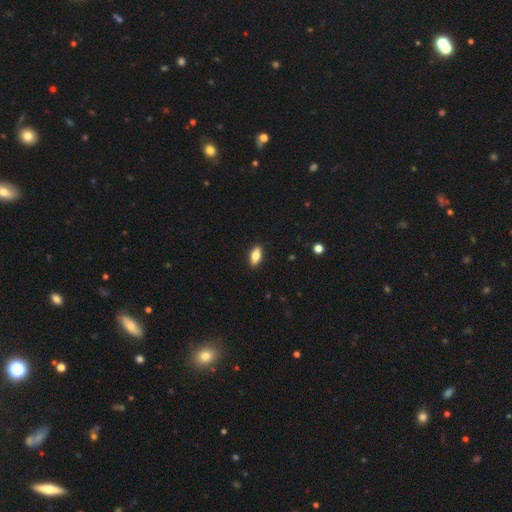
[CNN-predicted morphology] A smooth galaxy with no disk features (81%) that is in between round and cigar-shaped (87%).

Vote fractions:
- Smooth or featured? smooth: 81% / featured or disk: 12% / star or artifact: 7%
- How rounded? in between: 87% / cigar-shaped: 10% / round: 3%
- Merging? none: 89% / minor disturbance: 8% / major disturbance: 2% / merger: 1%